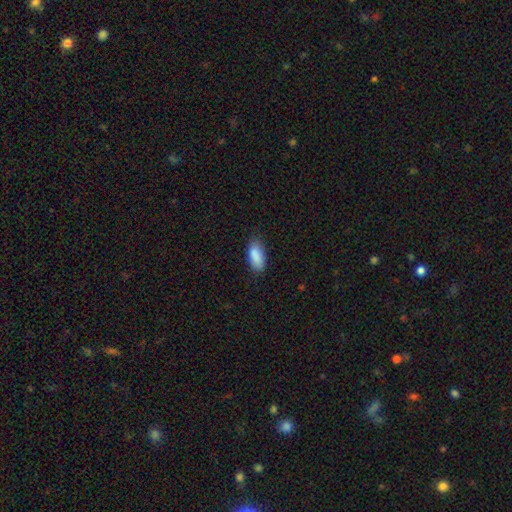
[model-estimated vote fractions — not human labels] Morphology: type=smooth (89%); roundness=in between (87%); merging=none (78%).